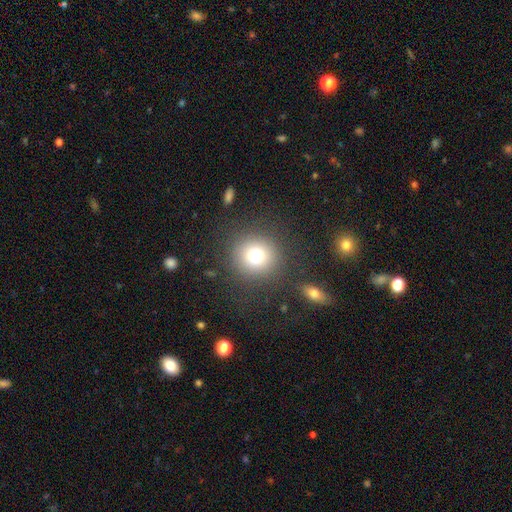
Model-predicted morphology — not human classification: Smooth or featured?
  - smooth: 73% *
  - star or artifact: 16%
  - featured or disk: 11%
How rounded?
  - round: 92% *
  - in between: 7%
  - cigar-shaped: 1%
Merging?
  - none: 86% *
  - minor disturbance: 7%
  - major disturbance: 4%
  - merger: 2%